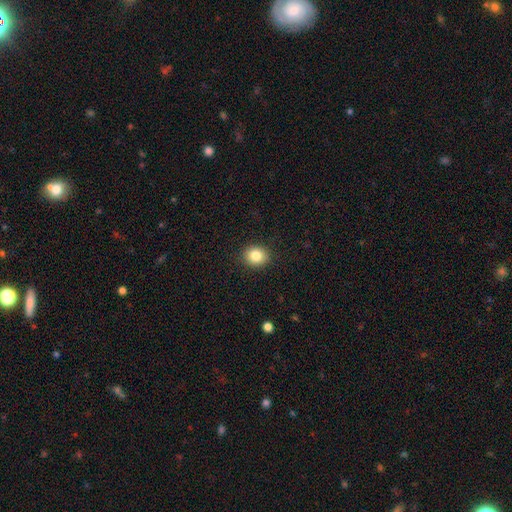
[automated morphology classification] This is clearly a smooth galaxy (83%). How rounded: likely round (71%). Merging: clearly none (90%).